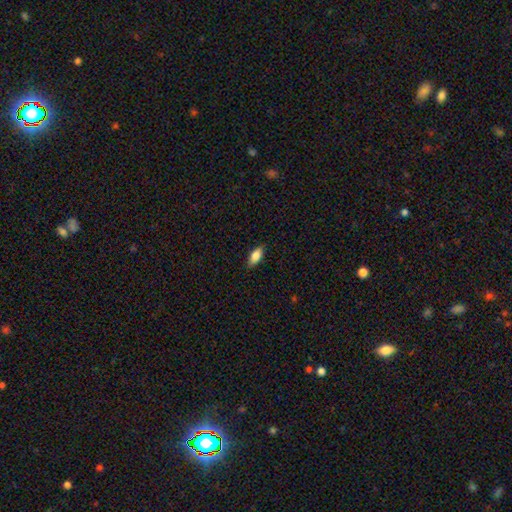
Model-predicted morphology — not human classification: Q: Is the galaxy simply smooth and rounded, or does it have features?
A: smooth — 85%.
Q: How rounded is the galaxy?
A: in between — 85%.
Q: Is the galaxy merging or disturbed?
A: none — 86%.